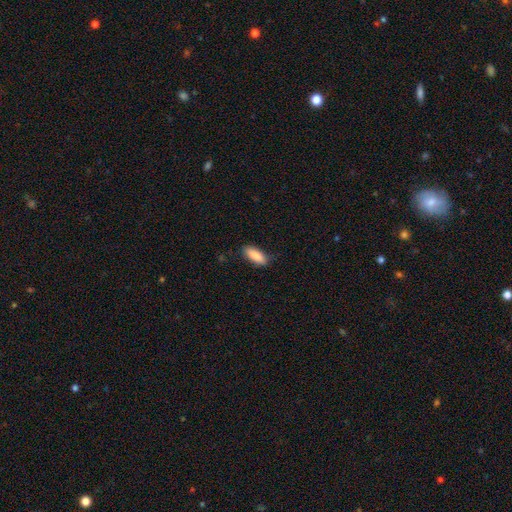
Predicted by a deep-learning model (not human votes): Smooth or featured? Predicted: smooth (p=0.87). How rounded? Predicted: in between (p=0.73). Merging? Predicted: none (p=0.82).